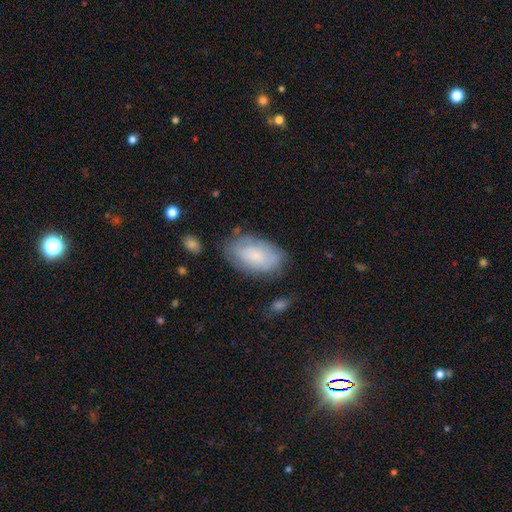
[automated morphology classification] This appears to be a smooth galaxy with no disk features (57%) that is in between round and cigar-shaped (93%). Merging: none (69%).